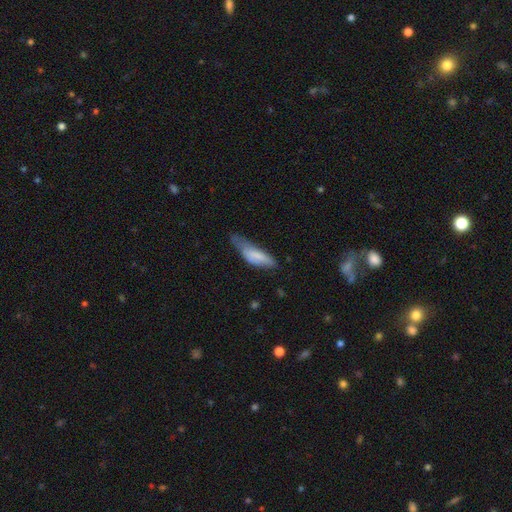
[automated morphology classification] Q: Smooth or featured?
A: smooth (71%); runner-up: featured or disk (22%)
Q: How rounded?
A: cigar-shaped (50%); runner-up: in between (49%)
Q: Merging?
A: minor disturbance (42%); runner-up: none (31%)